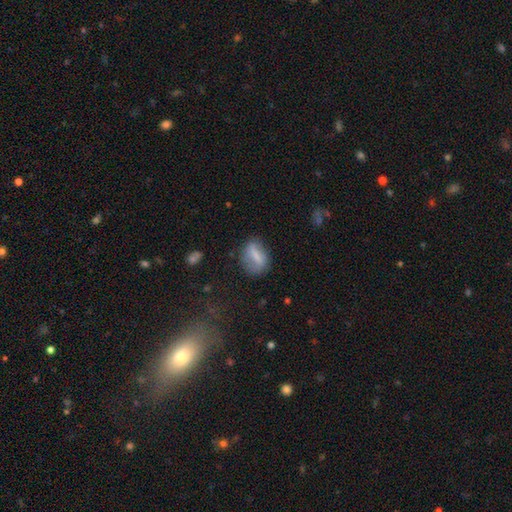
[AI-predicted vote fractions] A smooth galaxy with no disk features (62%) that is in between round and cigar-shaped (68%).

Vote fractions:
- Smooth or featured? smooth: 62% / featured or disk: 29% / star or artifact: 9%
- How rounded? in between: 68% / round: 24% / cigar-shaped: 9%
- Merging? none: 68% / minor disturbance: 20% / major disturbance: 9% / merger: 2%